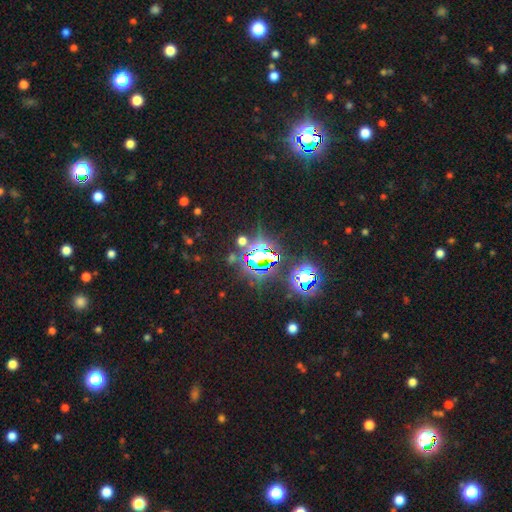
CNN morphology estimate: A star or artifact, not a galaxy (76%).